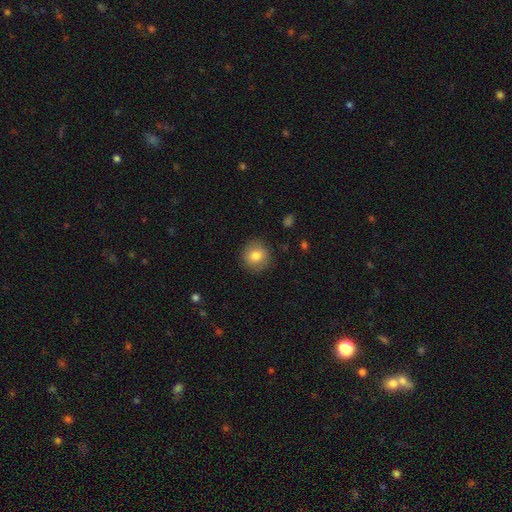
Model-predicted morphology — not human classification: The model was most divided on "smooth or featured": smooth: 80%, featured or disk: 11%, star or artifact: 9%. More confident: how rounded — round (90%); merging — none (89%).